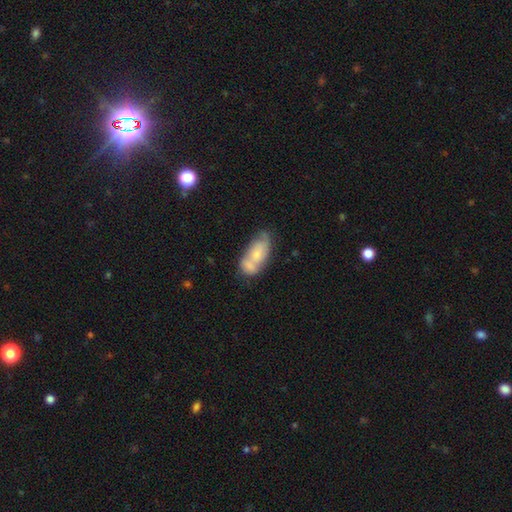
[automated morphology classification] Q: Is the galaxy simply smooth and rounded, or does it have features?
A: smooth — 55%.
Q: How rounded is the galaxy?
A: in between — 86%.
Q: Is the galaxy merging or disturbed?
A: merger — 42%.